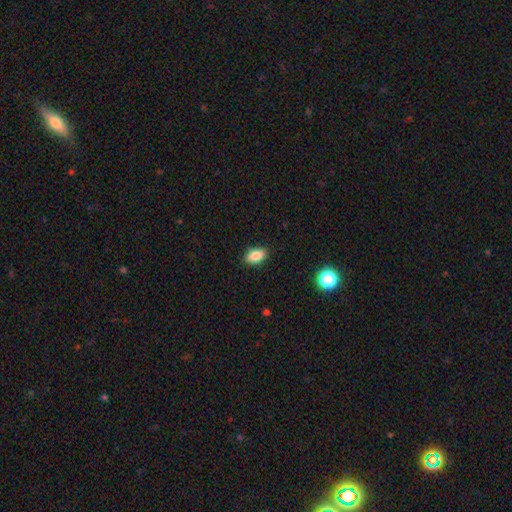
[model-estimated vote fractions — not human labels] Smooth or featured? smooth (85%)
How rounded? in between (89%)
Merging? none (88%)